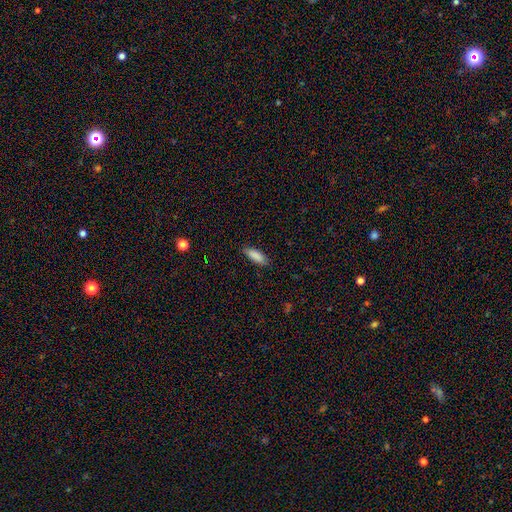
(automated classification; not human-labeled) smooth-or-featured: smooth: 88% | star or artifact: 7% | featured or disk: 6%
  how-rounded: in between: 65% | cigar-shaped: 33% | round: 2%
  merging: none: 84% | minor disturbance: 13% | major disturbance: 2% | merger: 1%